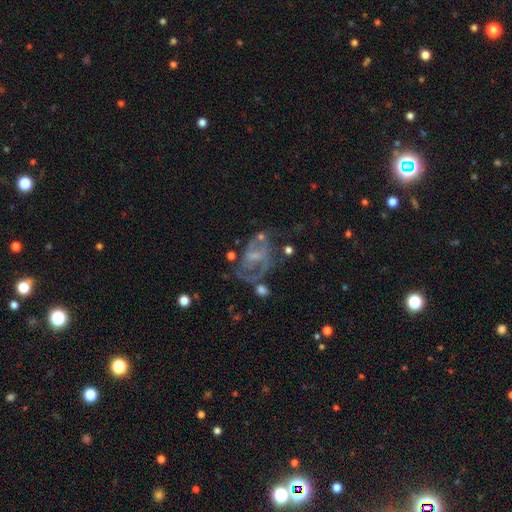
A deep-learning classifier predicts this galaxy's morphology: Smooth or featured? featured or disk (74%)
Edge-on disk? no (97%)
Bar? no (44%)
Spiral arms? yes (71%)
Spiral winding? medium (47%)
Spiral arm count? 2 (52%)
Bulge size? small (39%)
Merging? none (41%)